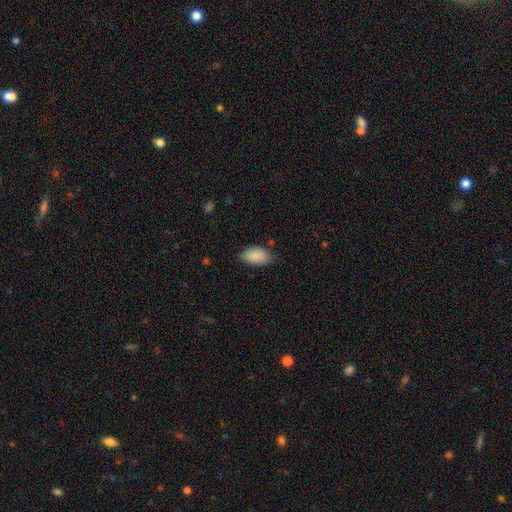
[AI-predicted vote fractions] This appears to be a smooth galaxy with no disk features (88%) that is in between round and cigar-shaped (94%). Merging: none (75%).